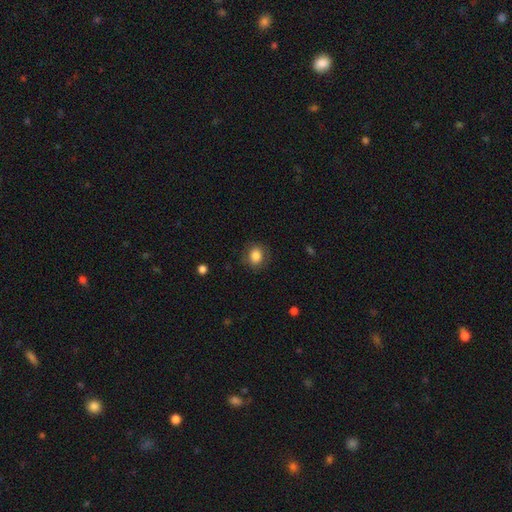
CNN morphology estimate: Smooth or featured: smooth — 83% (star or artifact — 9%)
How rounded: round — 69% (in between — 30%)
Merging: none — 82% (minor disturbance — 13%)